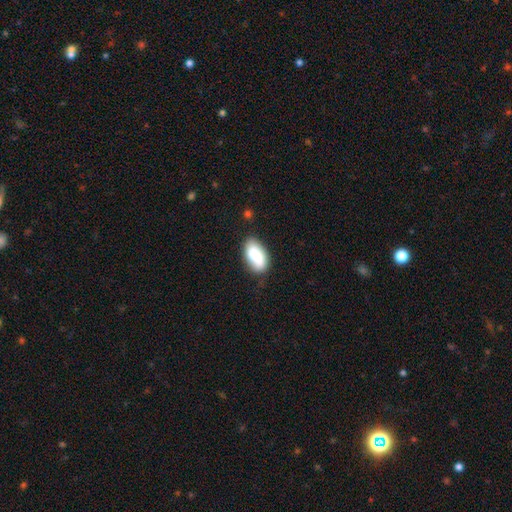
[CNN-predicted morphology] smooth-or-featured: smooth: 83% | featured or disk: 11% | star or artifact: 7%
  how-rounded: in between: 94% | round: 4% | cigar-shaped: 3%
  merging: none: 74% | minor disturbance: 19% | major disturbance: 4% | merger: 3%